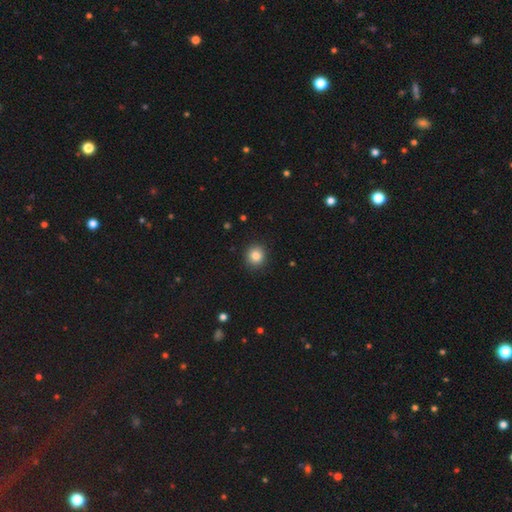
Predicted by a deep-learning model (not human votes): A smooth galaxy with no disk features (84%) that is round (89%). Merging: none (90%).